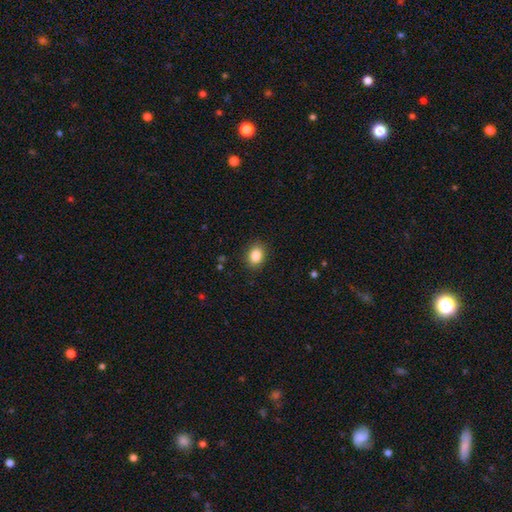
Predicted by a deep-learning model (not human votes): A smooth galaxy with no disk features (86%) that is in between round and cigar-shaped (66%).

Vote fractions:
- Smooth or featured? smooth: 86% / star or artifact: 9% / featured or disk: 5%
- How rounded? in between: 66% / round: 33% / cigar-shaped: 1%
- Merging? none: 88% / minor disturbance: 9% / major disturbance: 2% / merger: 1%